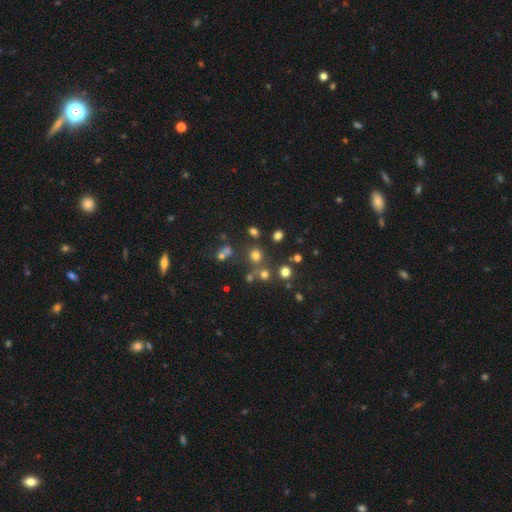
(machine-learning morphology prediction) Smooth or featured? Predicted: smooth (p=0.65). How rounded? Predicted: round (p=0.88). Merging? Predicted: none (p=0.72).